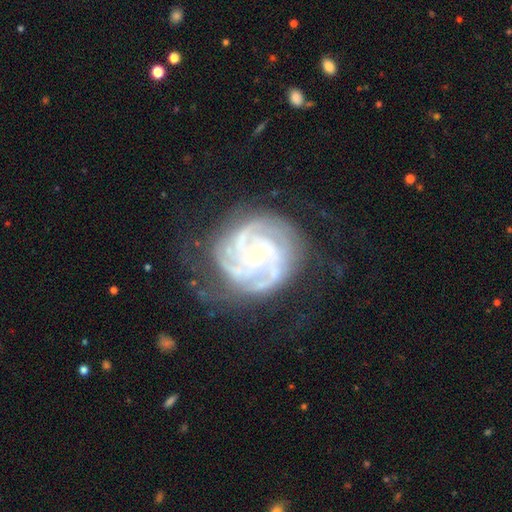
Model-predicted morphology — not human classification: Smooth or featured: featured or disk — 89% (star or artifact — 6%)
Edge-on disk: no — 98% (yes — 2%)
Bar: no — 70% (weak — 22%)
Spiral arms: yes — 98% (no — 2%)
Spiral winding: tight — 70% (medium — 27%)
Spiral arm count: 3 — 32% (4 — 31%)
Bulge size: small — 80% (moderate — 15%)
Merging: none — 67% (minor disturbance — 20%)